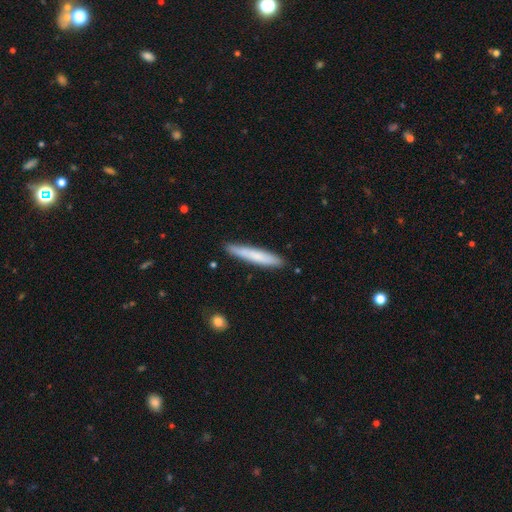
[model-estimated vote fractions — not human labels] Smooth or featured: smooth — 70% (featured or disk — 24%)
How rounded: cigar-shaped — 94% (in between — 5%)
Merging: none — 86% (minor disturbance — 10%)